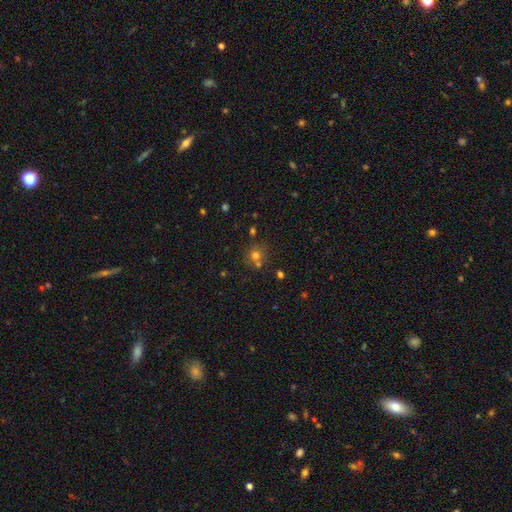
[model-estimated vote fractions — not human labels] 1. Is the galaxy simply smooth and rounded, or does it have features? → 67% smooth, 21% star or artifact, 11% featured or disk.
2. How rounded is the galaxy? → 87% round, 12% in between, 1% cigar-shaped.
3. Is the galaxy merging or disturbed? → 64% none, 23% merger, 10% minor disturbance, 4% major disturbance.